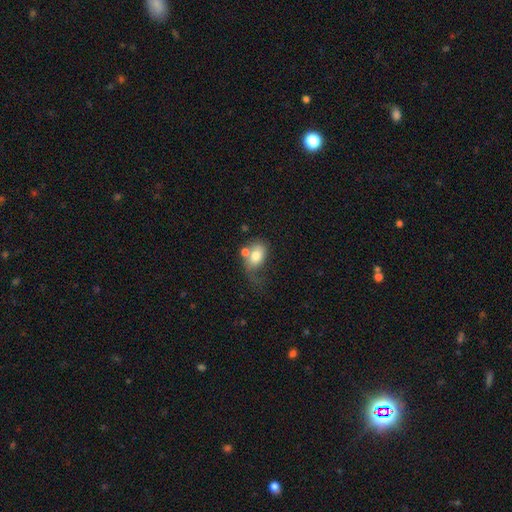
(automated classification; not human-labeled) Overall: smooth (71%). How rounded: in between (79%). Merging: merger (31%; none 27%).